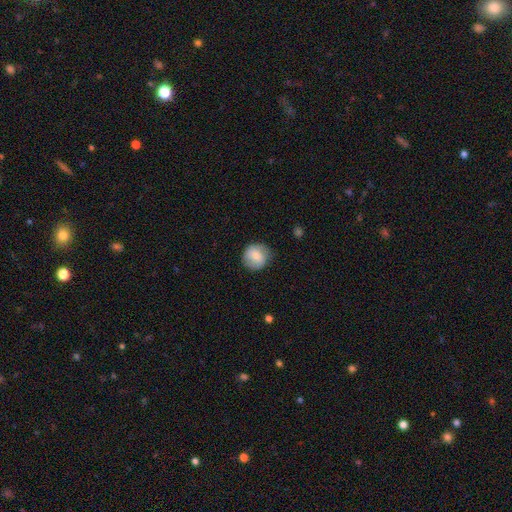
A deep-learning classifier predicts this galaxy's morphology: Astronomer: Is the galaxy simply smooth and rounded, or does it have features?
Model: smooth — 72%.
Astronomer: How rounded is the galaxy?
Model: round — 88%.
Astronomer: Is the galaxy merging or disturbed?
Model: none — 78%.